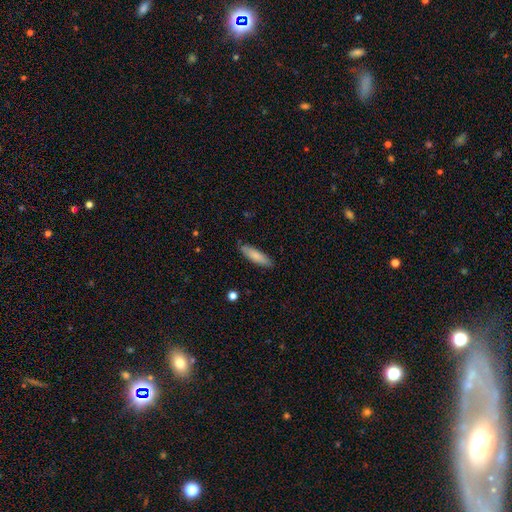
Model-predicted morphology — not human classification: Smooth or featured? smooth (81%)
How rounded? cigar-shaped (63%)
Merging? none (85%)